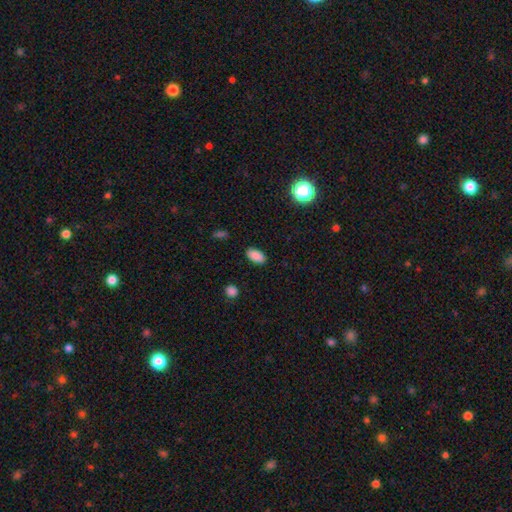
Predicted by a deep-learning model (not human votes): Smooth or featured? Predicted: smooth (p=0.88). How rounded? Predicted: in between (p=0.93). Merging? Predicted: none (p=0.88).